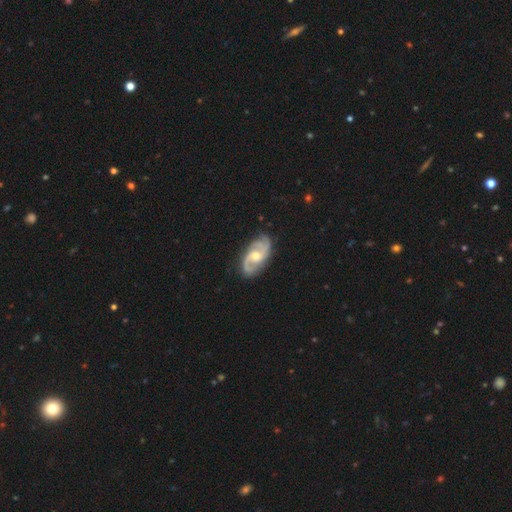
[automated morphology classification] A featured or disk galaxy (88%) with no bar (54%), 2 (57%) medium (51%) spiral arms (97%) and a moderate central bulge (60%). Merging: none (78%).